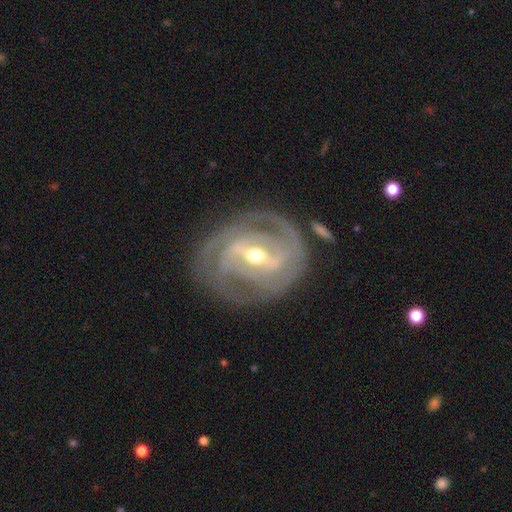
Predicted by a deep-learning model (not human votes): Smooth or featured?
  - featured or disk: 89% *
  - smooth: 6%
  - star or artifact: 5%
Edge-on disk?
  - no: 96% *
  - yes: 4%
Bar?
  - strong: 56% *
  - weak: 33%
  - no: 11%
Spiral arms?
  - yes: 93% *
  - no: 7%
Spiral winding?
  - tight: 64% *
  - medium: 29%
  - loose: 7%
Spiral arm count?
  - 2: 50% *
  - can't tell: 18%
  - 3: 18%
  - 4: 5%
  - 1: 4%
  - more than 4: 4%
Bulge size?
  - moderate: 63% *
  - small: 32%
  - large: 3%
  - dominant: 1%
  - none: 1%
Merging?
  - none: 77% *
  - minor disturbance: 14%
  - major disturbance: 7%
  - merger: 2%